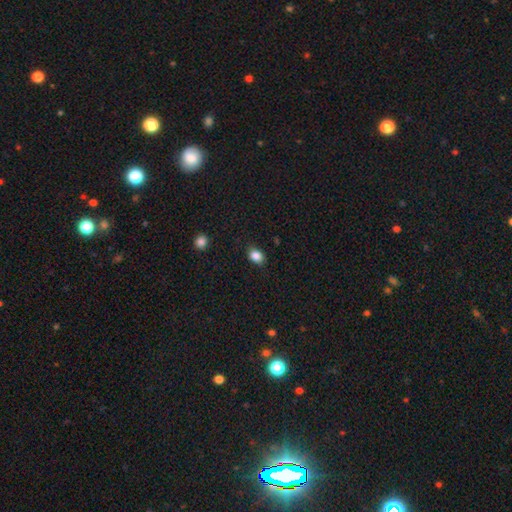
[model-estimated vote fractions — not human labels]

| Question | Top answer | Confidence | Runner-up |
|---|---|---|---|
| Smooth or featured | smooth | 86% | star or artifact (10%) |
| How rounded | in between | 69% | round (30%) |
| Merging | none | 84% | minor disturbance (12%) |